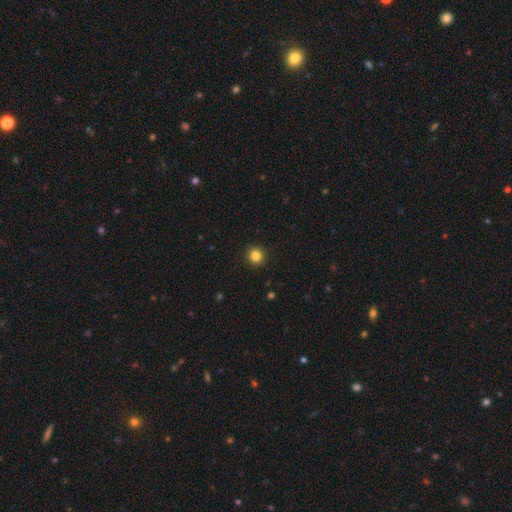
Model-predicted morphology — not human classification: This appears to be a smooth galaxy with no disk features (85%) that is round (91%). Merging: none (92%).